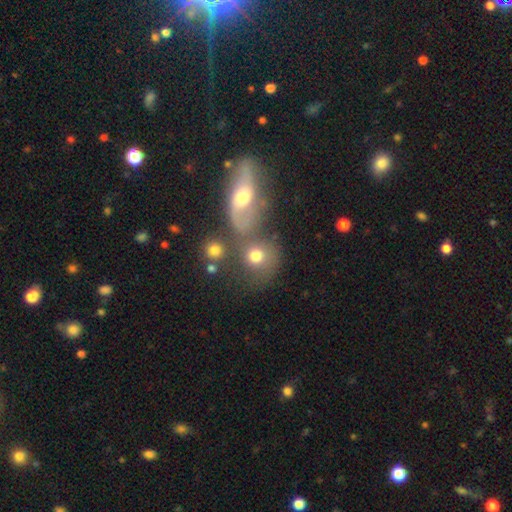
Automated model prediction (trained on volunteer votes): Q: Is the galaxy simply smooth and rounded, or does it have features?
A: smooth — 68%.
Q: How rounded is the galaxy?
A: round — 76%.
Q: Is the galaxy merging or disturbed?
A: merger — 43%.